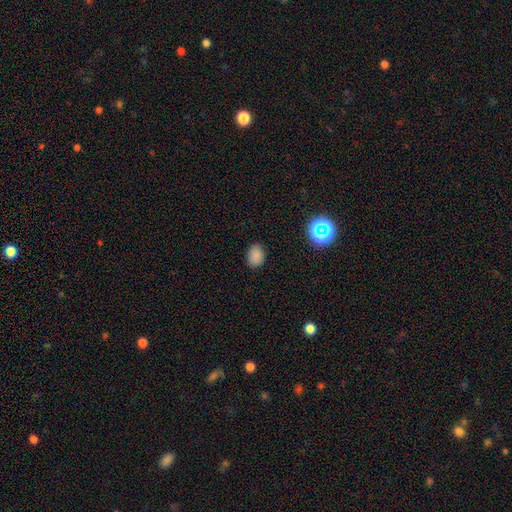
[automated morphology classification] The model was most divided on "how rounded": in between: 73%, round: 26%, cigar-shaped: 1%. More confident: merging — none (84%); smooth or featured — smooth (81%).